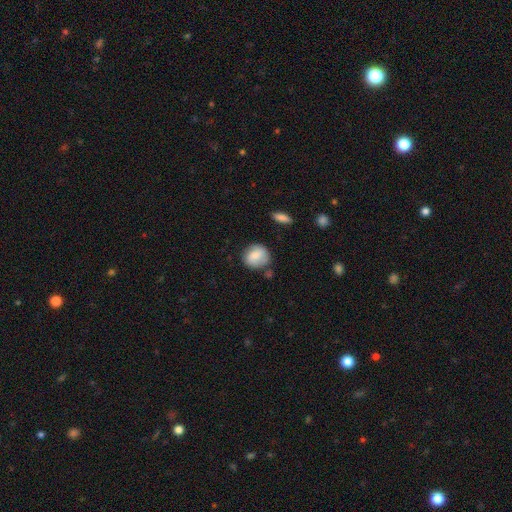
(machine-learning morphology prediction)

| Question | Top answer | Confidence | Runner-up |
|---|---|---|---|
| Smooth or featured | smooth | 78% | featured or disk (15%) |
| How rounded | round | 73% | in between (26%) |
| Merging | none | 67% | minor disturbance (22%) |